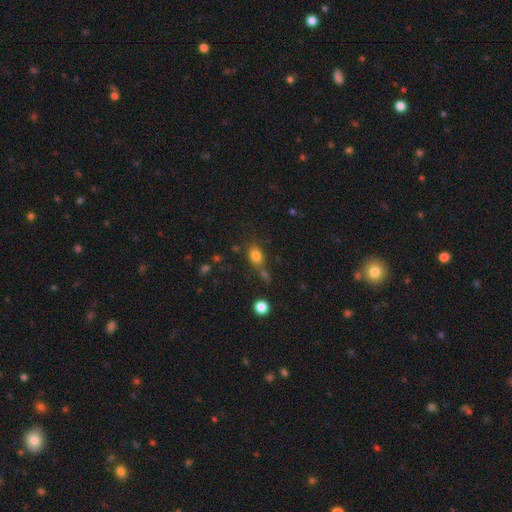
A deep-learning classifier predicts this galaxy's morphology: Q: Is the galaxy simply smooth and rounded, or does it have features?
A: smooth — 79%.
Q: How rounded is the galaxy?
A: in between — 61%.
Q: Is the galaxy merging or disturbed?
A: none — 55%.